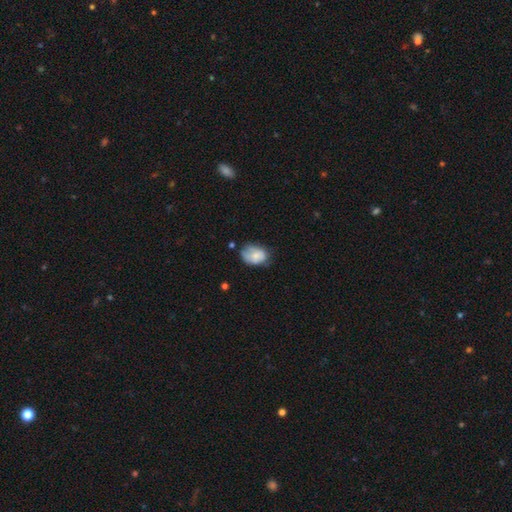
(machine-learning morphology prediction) smooth 68%, featured or disk 24%, star or artifact 8%. Down the decision tree: how rounded — in between (76%); merging — none (46%).